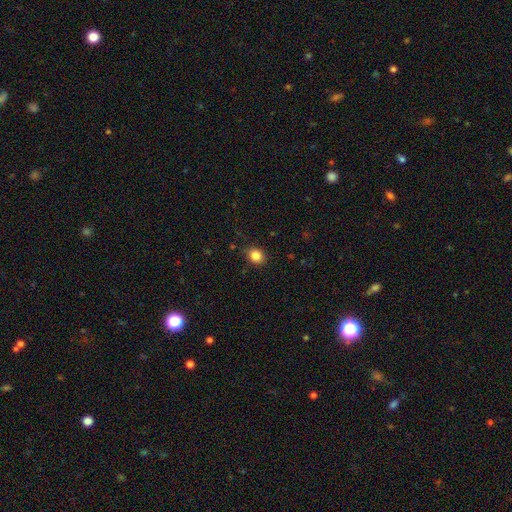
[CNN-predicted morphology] type=smooth (84%); roundness=round (63%); merging=none (85%).